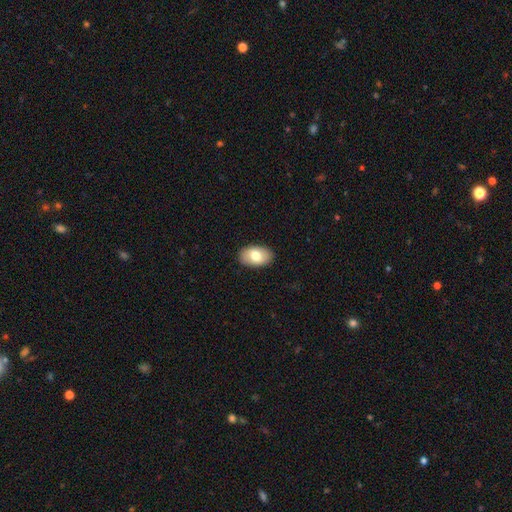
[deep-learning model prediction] Overall: smooth (76%). How rounded: in between (91%). Merging: none (88%).